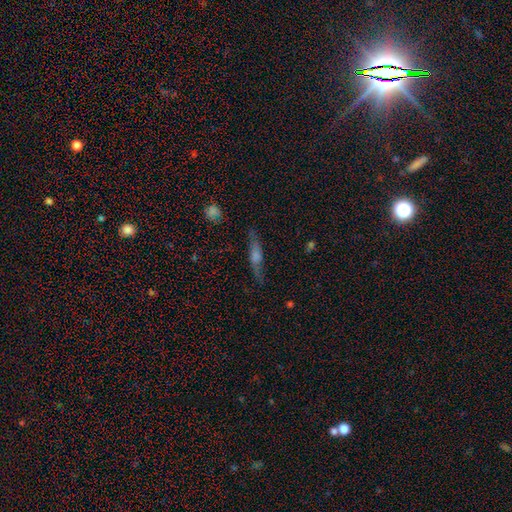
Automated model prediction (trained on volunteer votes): Q: Smooth or featured?
A: featured or disk (57%); runner-up: smooth (32%)
Q: Edge-on disk?
A: yes (88%); runner-up: no (12%)
Q: Edge-on bulge?
A: rounded (77%); runner-up: boxy (13%)
Q: Merging?
A: none (81%); runner-up: minor disturbance (14%)